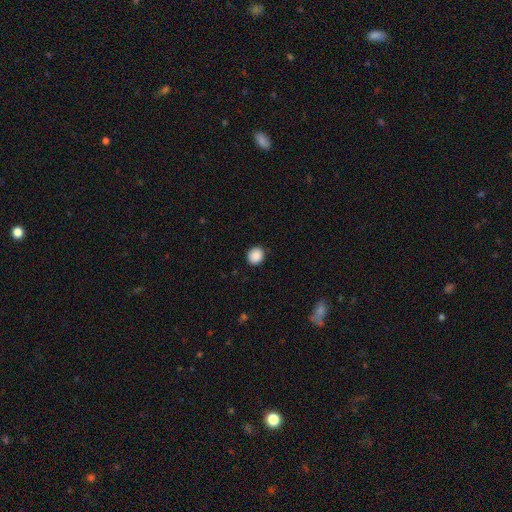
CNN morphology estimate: This appears to be a smooth galaxy with no disk features (89%) that is round (85%). Merging: none (90%).